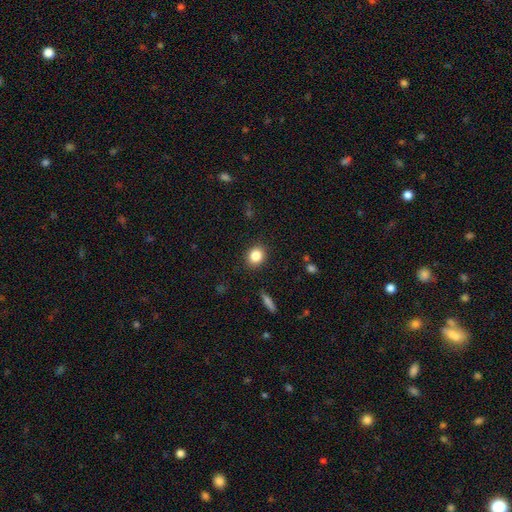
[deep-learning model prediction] Overall: smooth (84%). How rounded: round (70%). Merging: none (89%).